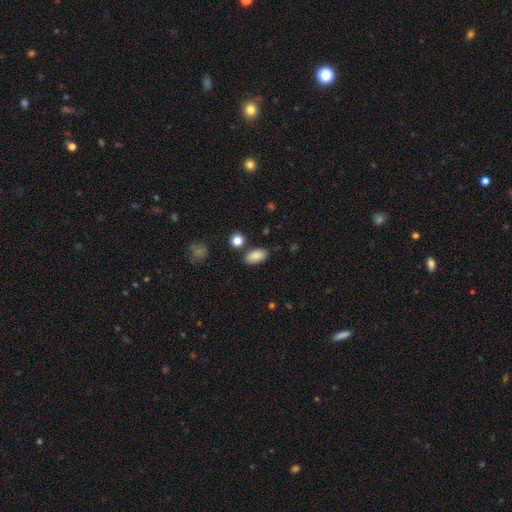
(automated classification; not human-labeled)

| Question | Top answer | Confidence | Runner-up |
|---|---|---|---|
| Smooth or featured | smooth | 86% | star or artifact (8%) |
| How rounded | in between | 92% | round (5%) |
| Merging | none | 81% | minor disturbance (11%) |